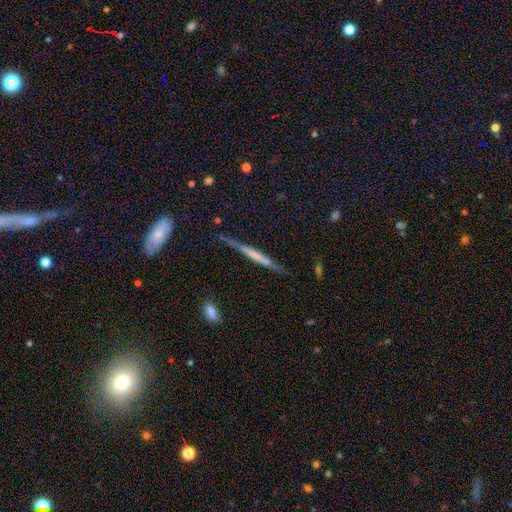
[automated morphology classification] This appears to be a featured or disk galaxy (60%) viewed edge-on (95%) with no central bulge (60%). Merging: none (78%).